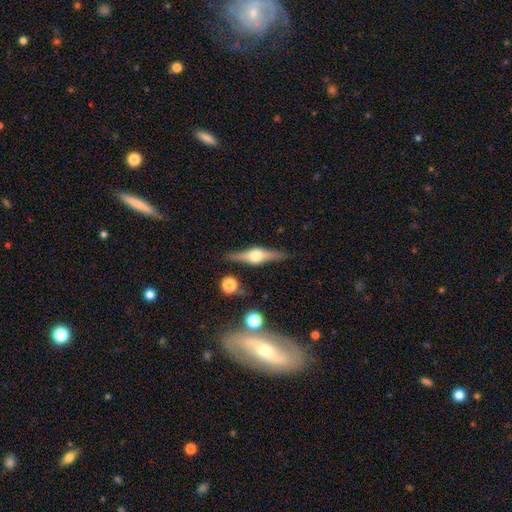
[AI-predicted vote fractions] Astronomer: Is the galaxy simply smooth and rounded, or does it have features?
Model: featured or disk — 78%.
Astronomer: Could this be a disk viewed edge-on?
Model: yes — 97%.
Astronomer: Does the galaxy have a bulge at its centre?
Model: rounded — 93%.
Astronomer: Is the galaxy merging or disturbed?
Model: none — 88%.